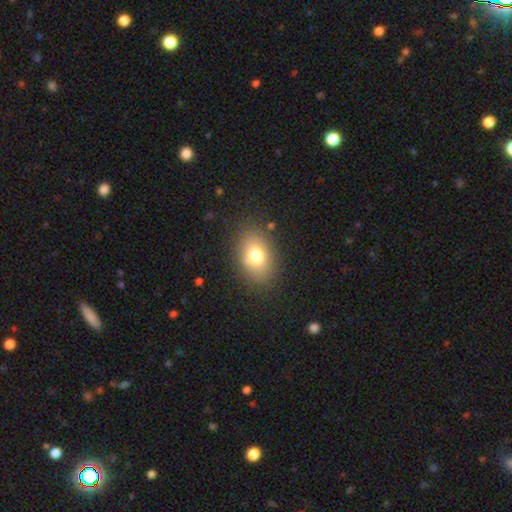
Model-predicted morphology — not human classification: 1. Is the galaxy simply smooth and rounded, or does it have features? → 76% smooth, 13% featured or disk, 11% star or artifact.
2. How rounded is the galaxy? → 78% in between, 21% round, 1% cigar-shaped.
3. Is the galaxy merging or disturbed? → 82% none, 11% minor disturbance, 4% major disturbance, 2% merger.